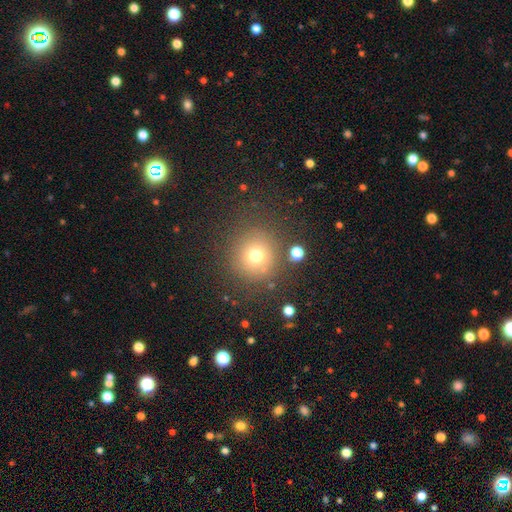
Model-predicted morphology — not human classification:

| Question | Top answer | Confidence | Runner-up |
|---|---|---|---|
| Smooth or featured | smooth | 71% | star or artifact (17%) |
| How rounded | round | 92% | in between (7%) |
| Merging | none | 81% | minor disturbance (9%) |